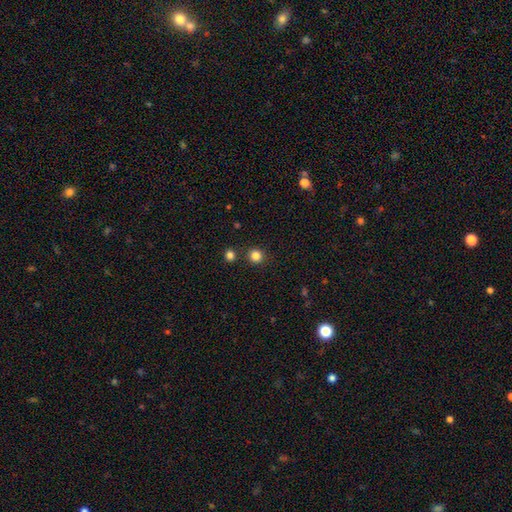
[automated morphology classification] smooth_or_featured: smooth (p=0.84) [alt: star or artifact p=0.13]
how_rounded: round (p=0.93) [alt: in between p=0.06]
merging: none (p=0.87) [alt: minor disturbance p=0.06]